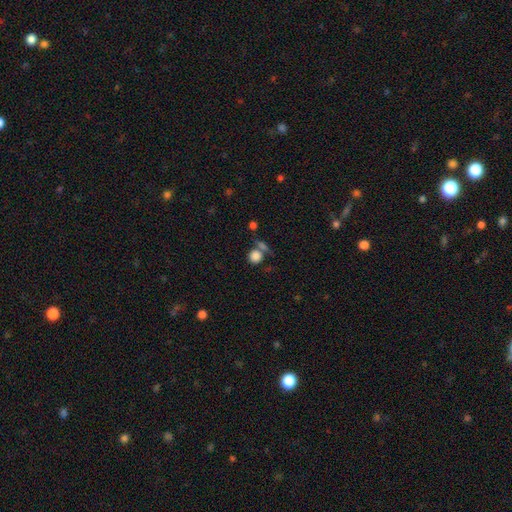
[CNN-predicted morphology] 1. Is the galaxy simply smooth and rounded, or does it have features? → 82% smooth, 11% star or artifact, 7% featured or disk.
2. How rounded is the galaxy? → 87% round, 11% in between, 2% cigar-shaped.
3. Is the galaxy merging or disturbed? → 54% none, 28% merger, 11% minor disturbance, 7% major disturbance.